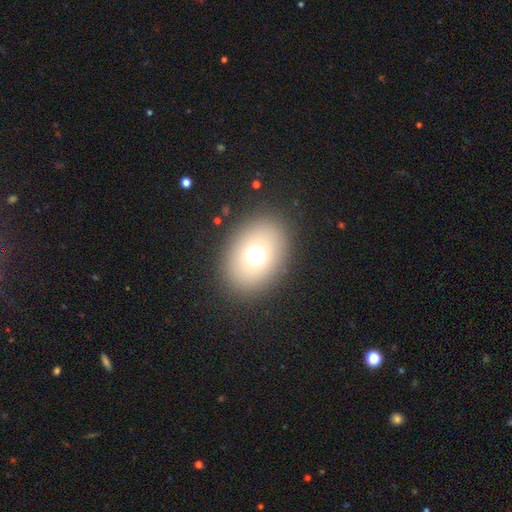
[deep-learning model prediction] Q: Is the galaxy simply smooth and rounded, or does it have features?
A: smooth — 67%.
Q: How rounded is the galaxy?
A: in between — 58%.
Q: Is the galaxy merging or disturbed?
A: none — 87%.